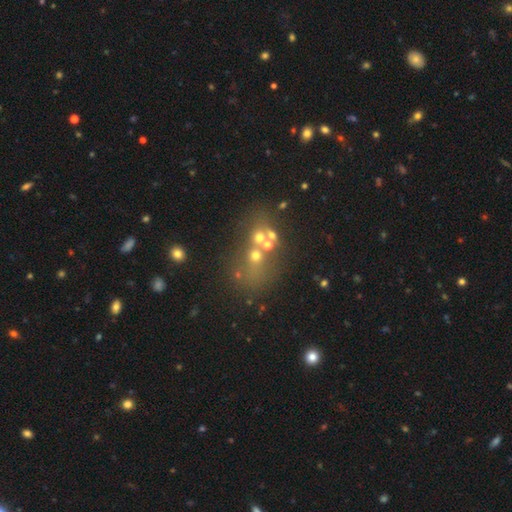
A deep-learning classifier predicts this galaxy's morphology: Q: Smooth or featured?
A: smooth (46%); runner-up: star or artifact (29%)
Q: Merging?
A: none (43%); runner-up: merger (39%)